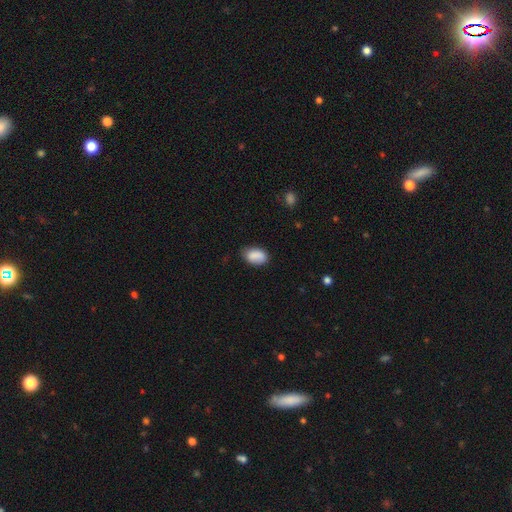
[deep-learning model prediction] This is clearly a smooth galaxy (86%). How rounded: clearly in between (88%). Merging: likely none (73%).